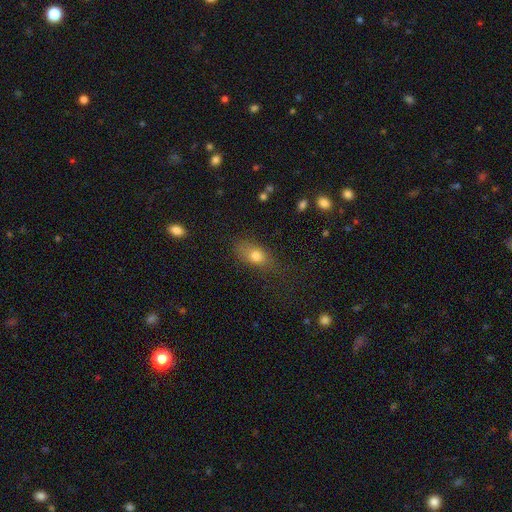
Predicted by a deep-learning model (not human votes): A smooth galaxy with no disk features (76%) that is in between round and cigar-shaped (75%). Merging: none (58%).